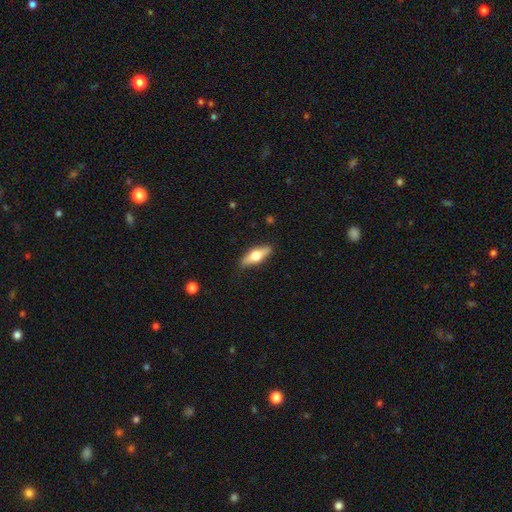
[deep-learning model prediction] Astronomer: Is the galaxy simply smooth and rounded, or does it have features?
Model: smooth — 47%, tied with featured or disk at 47%.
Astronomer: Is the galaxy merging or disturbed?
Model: none — 87%.